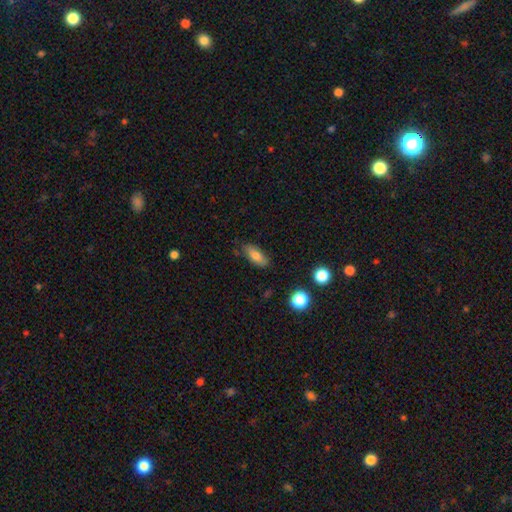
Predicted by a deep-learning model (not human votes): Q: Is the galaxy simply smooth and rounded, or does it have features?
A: smooth — 78%.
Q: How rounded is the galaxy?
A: in between — 75%.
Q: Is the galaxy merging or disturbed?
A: none — 78%.